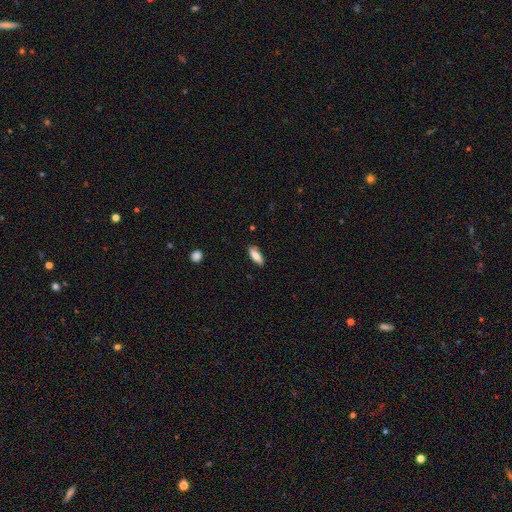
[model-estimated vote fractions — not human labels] Smooth or featured? Predicted: smooth (p=0.82). How rounded? Predicted: in between (p=0.69). Merging? Predicted: none (p=0.85).